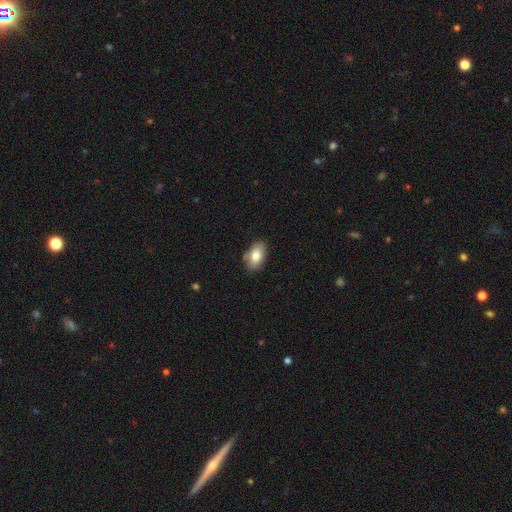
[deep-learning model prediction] smooth_or_featured: smooth (p=0.80) [alt: featured or disk p=0.12]
how_rounded: in between (p=0.92) [alt: round p=0.06]
merging: none (p=0.80) [alt: minor disturbance p=0.15]